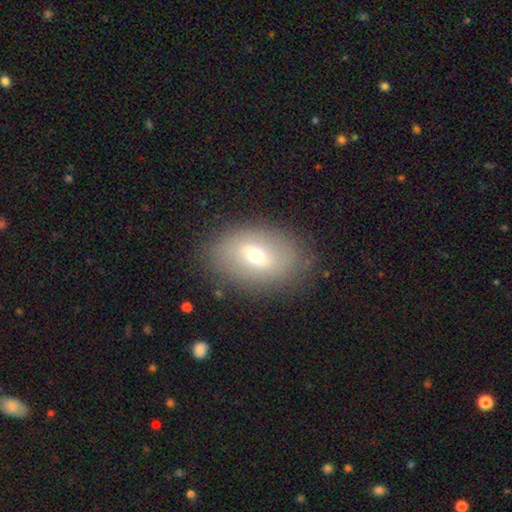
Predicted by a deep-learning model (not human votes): Morphology: type=smooth (57%); roundness=in between (83%); merging=none (83%).